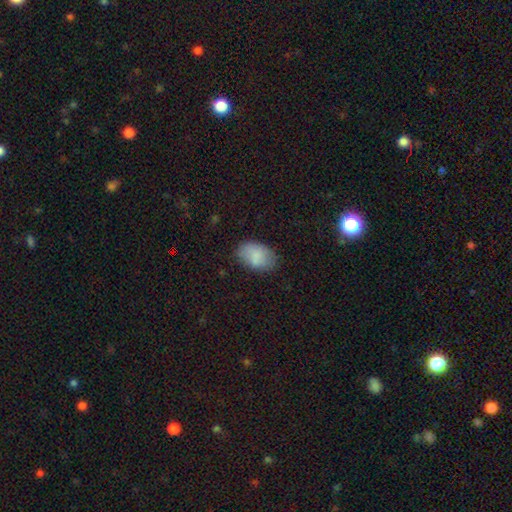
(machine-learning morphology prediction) Smooth or featured: smooth — 82% (featured or disk — 11%)
How rounded: in between — 87% (round — 12%)
Merging: none — 69% (minor disturbance — 22%)